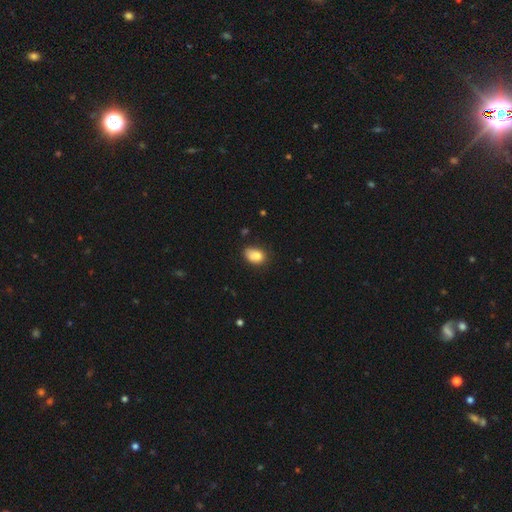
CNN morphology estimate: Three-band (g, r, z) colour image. It shows a smooth galaxy with no disk features (83%) that is in between round and cigar-shaped (79%). Merging: none (57%).